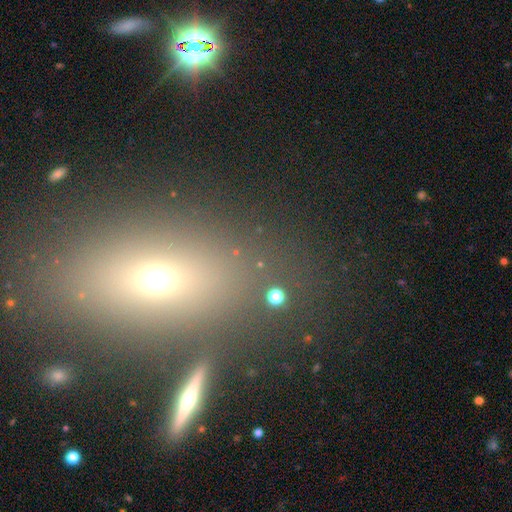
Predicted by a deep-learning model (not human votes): Smooth or featured? smooth (54%)
How rounded? in between (62%)
Merging? none (75%)